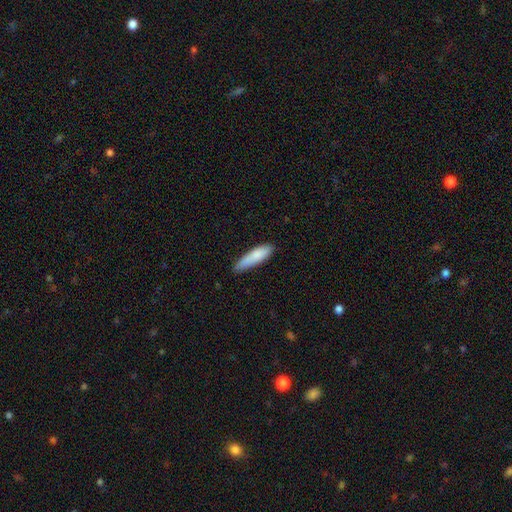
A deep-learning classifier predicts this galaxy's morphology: This is clearly a smooth galaxy (83%). How rounded: likely cigar-shaped (69%). Merging: likely none (68%).